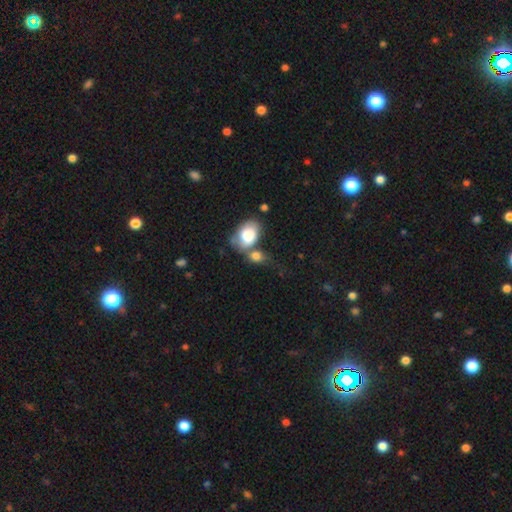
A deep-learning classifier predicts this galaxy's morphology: This appears to be a smooth galaxy with no disk features (79%) that is in between round and cigar-shaped (74%). Merging: merger (45%).